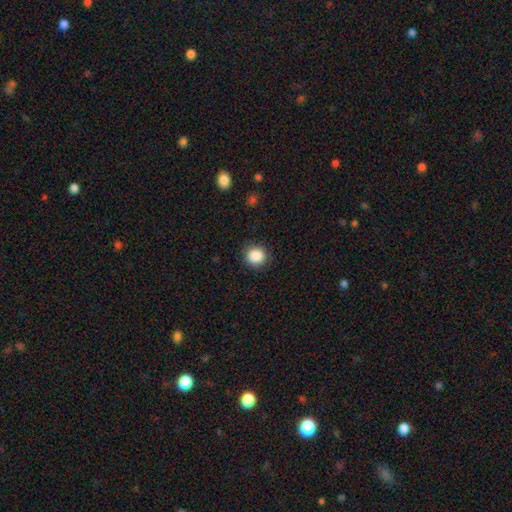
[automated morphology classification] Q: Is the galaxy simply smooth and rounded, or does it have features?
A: smooth — 88%.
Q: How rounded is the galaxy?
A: round — 92%.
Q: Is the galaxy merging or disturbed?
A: none — 89%.